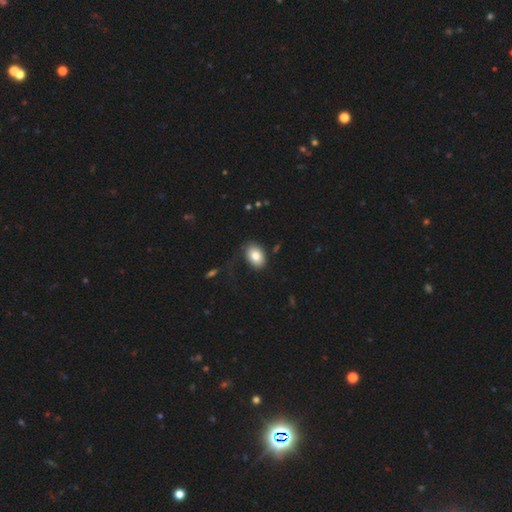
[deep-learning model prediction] Morphology: type=smooth (82%); roundness=in between (83%); merging=none (75%).